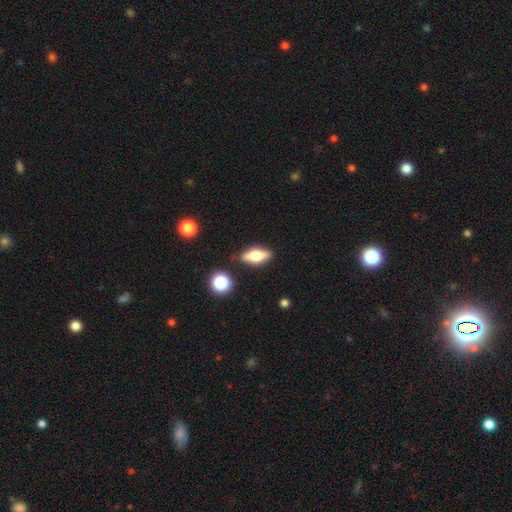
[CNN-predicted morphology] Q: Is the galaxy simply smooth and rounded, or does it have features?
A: smooth — 52%.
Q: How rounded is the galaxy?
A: in between — 68%.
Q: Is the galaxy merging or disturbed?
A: none — 83%.